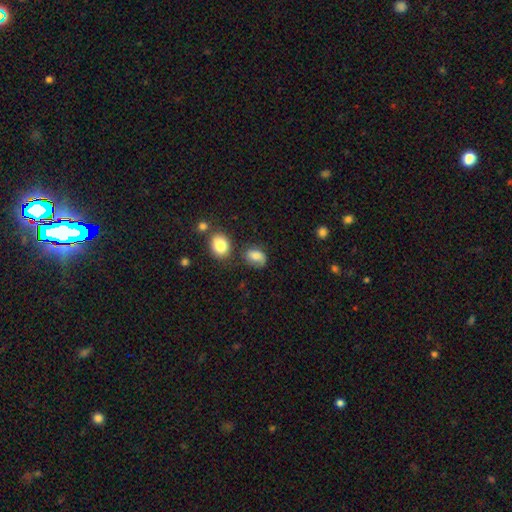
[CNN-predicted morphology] The model was most divided on "merging": none: 55%, minor disturbance: 28%, major disturbance: 10%, merger: 8%. More confident: smooth or featured — smooth (77%); how rounded — in between (72%).